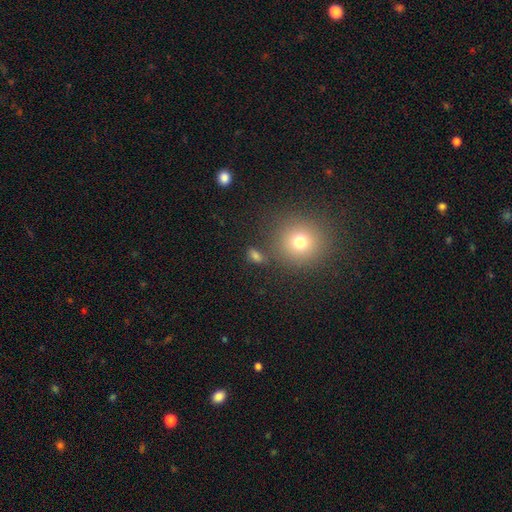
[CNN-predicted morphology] This appears to be a smooth galaxy with no disk features (72%) that is in between round and cigar-shaped (64%). Merging: none (71%).